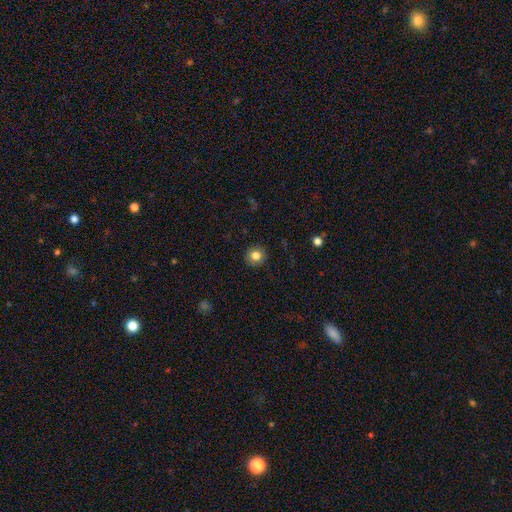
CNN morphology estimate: Smooth or featured?
  - smooth: 82% *
  - star or artifact: 10%
  - featured or disk: 8%
How rounded?
  - round: 91% *
  - in between: 8%
  - cigar-shaped: 1%
Merging?
  - none: 91% *
  - minor disturbance: 6%
  - major disturbance: 2%
  - merger: 1%